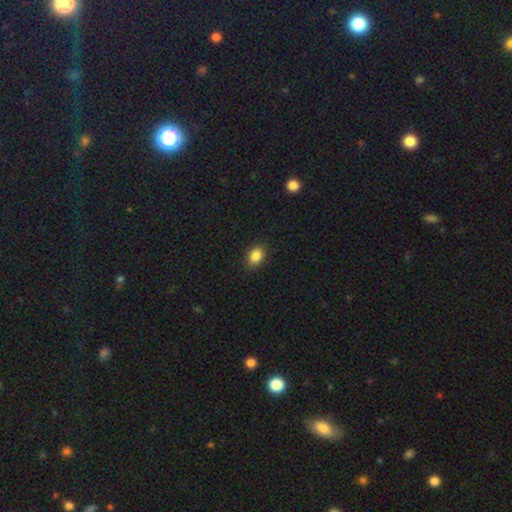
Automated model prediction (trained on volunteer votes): A smooth galaxy with no disk features (86%) that is in between round and cigar-shaped (69%). Merging: none (87%).